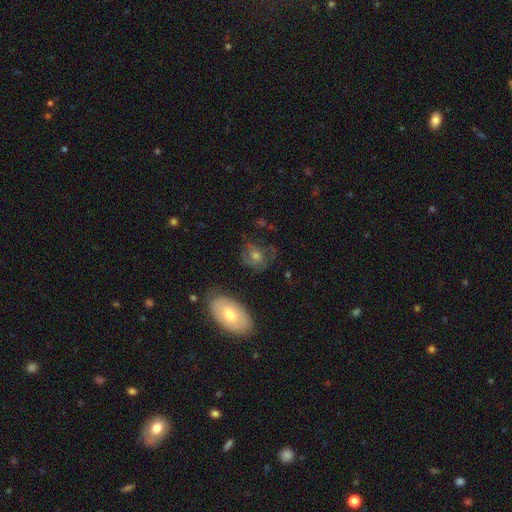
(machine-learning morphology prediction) A featured or disk galaxy (44%). Merging: none (63%).